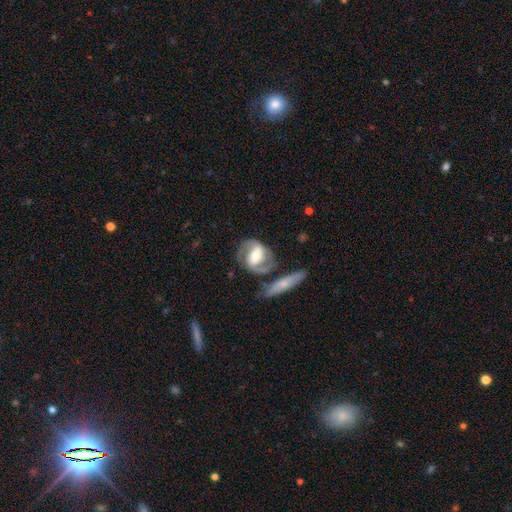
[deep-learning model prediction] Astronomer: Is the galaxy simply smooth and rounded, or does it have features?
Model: featured or disk — 77%.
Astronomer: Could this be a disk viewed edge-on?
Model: no — 94%.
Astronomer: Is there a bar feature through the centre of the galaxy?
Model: strong — 46% (runner-up: weak, 37%).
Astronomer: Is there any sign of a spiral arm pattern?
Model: yes — 89%.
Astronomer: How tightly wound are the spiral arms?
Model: medium — 52%.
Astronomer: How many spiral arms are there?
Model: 2 — 88%.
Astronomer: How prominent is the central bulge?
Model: moderate — 64%.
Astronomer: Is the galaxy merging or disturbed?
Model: none — 65%.